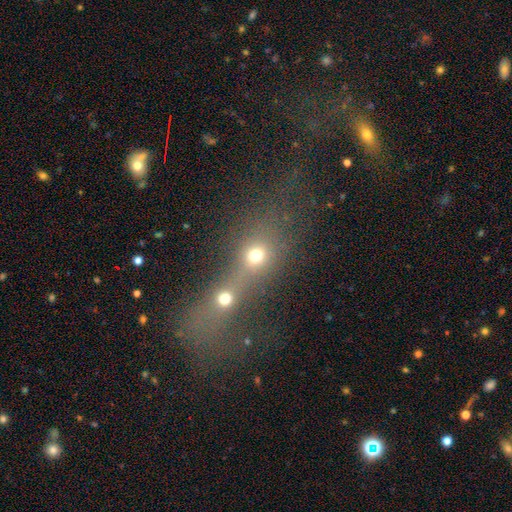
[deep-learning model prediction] smooth_or_featured: smooth (p=0.67) [alt: star or artifact p=0.21]
how_rounded: round (p=0.70) [alt: in between p=0.27]
merging: merger (p=0.64) [alt: none p=0.26]